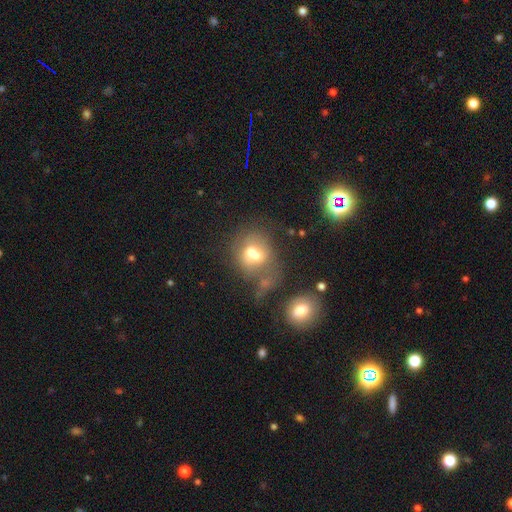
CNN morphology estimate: This is possibly a smooth galaxy (56%). How rounded: possibly round (54%). Merging: possibly merger (47%).